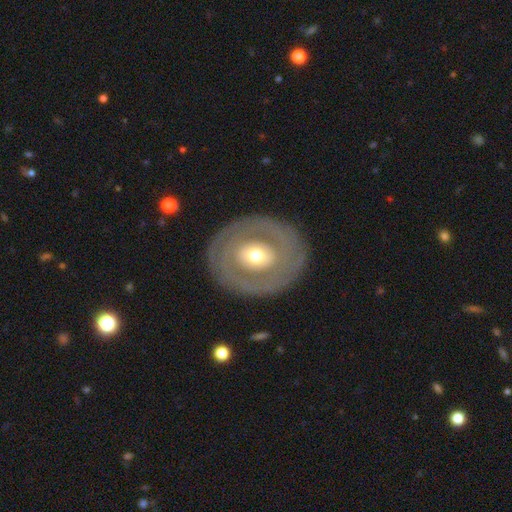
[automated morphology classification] smooth-or-featured: featured or disk: 63% | smooth: 32% | star or artifact: 5%
  disk-edge-on: no: 95% | yes: 5%
    bar: no: 71% | weak: 19% | strong: 10%
    has-spiral-arms: no: 73% | yes: 27%
    bulge-size: moderate: 66% | small: 19% | large: 12% | dominant: 2% | none: 1%
  merging: none: 84% | minor disturbance: 9% | major disturbance: 5% | merger: 1%